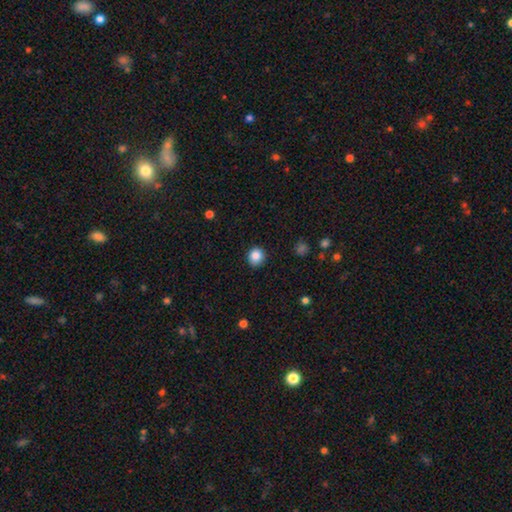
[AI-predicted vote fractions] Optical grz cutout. It shows a smooth galaxy with no disk features (86%) that is round (88%). Merging: none (90%).